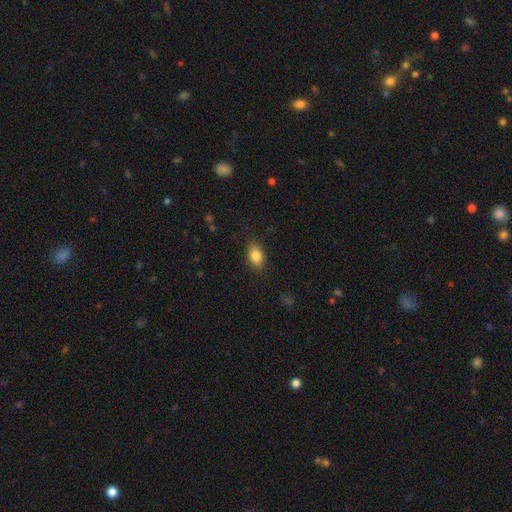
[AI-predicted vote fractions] A smooth galaxy with no disk features (84%) that is in between round and cigar-shaped (84%).

Vote fractions:
- Smooth or featured? smooth: 84% / star or artifact: 8% / featured or disk: 7%
- How rounded? in between: 84% / round: 14% / cigar-shaped: 2%
- Merging? none: 85% / minor disturbance: 11% / major disturbance: 3% / merger: 1%